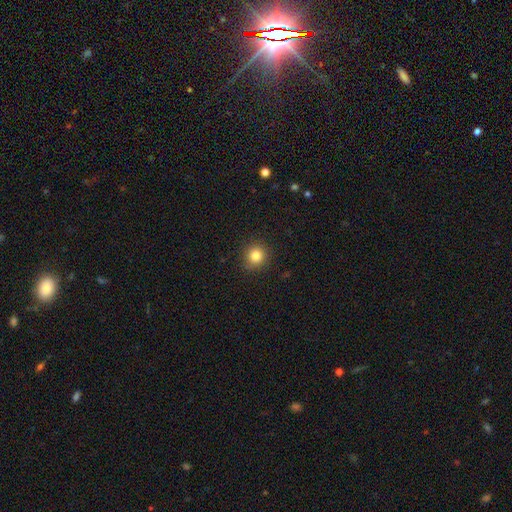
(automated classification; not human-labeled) This appears to be a smooth galaxy with no disk features (83%) that is round (92%). Merging: none (89%).